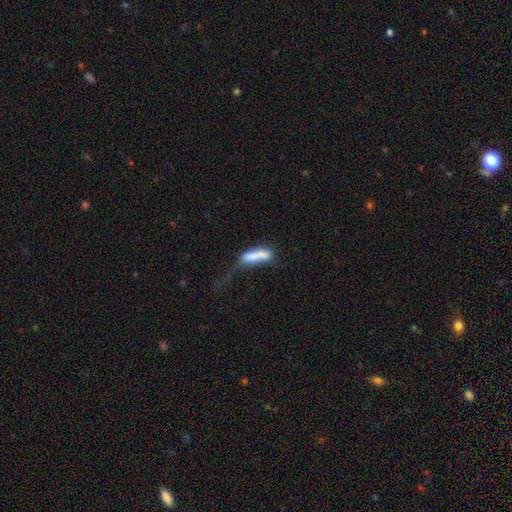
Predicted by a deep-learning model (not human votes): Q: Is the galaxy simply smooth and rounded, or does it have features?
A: smooth — 73%.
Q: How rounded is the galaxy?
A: cigar-shaped — 54%.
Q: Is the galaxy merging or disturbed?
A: major disturbance — 30%.